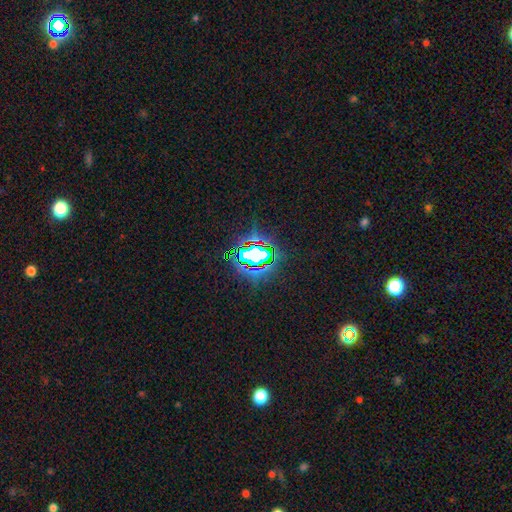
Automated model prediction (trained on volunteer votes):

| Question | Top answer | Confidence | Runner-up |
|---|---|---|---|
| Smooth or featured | star or artifact | 71% | smooth (17%) |